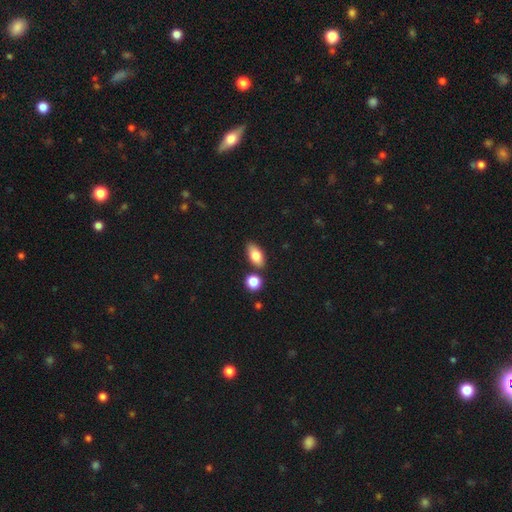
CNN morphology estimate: The model was most divided on "merging": none: 77%, minor disturbance: 11%, merger: 10%, major disturbance: 2%. More confident: how rounded — in between (87%); smooth or featured — smooth (79%).